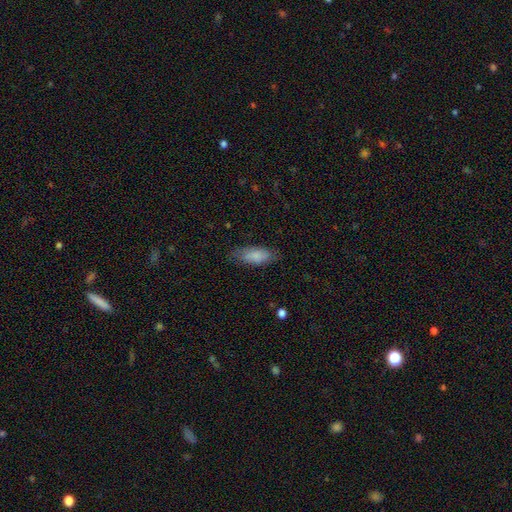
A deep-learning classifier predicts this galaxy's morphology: This is clearly a smooth galaxy (83%). How rounded: likely in between (77%). Merging: likely none (76%).